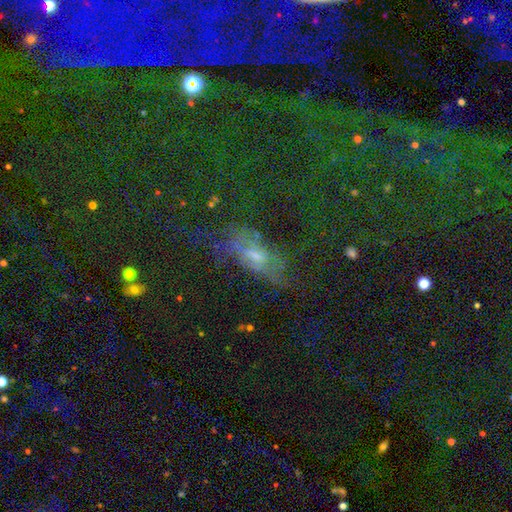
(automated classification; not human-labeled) Smooth or featured?
  - smooth: 35% * (tied)
  - featured or disk: 35% * (tied)
  - star or artifact: 30%
Merging?
  - none: 52% *
  - minor disturbance: 22%
  - major disturbance: 22%
  - merger: 4%